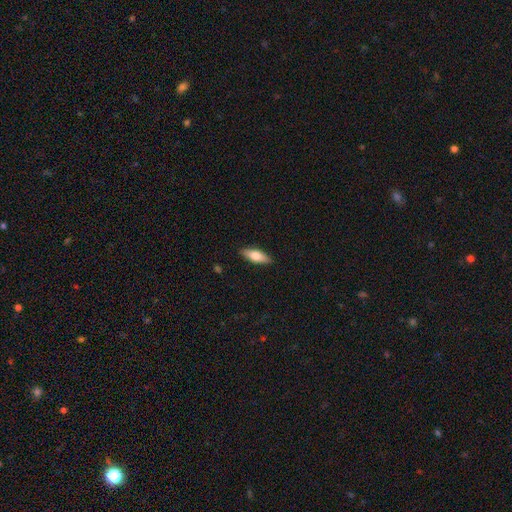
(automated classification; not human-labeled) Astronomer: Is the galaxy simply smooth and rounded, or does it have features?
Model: smooth — 69%.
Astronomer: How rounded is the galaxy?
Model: in between — 65%.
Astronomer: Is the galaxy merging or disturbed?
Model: none — 88%.